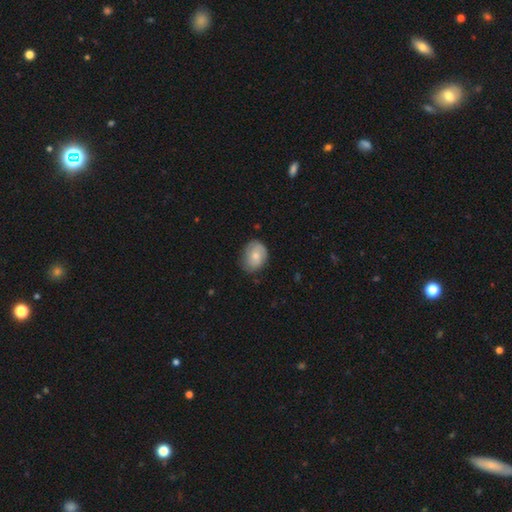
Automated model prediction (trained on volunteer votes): Smooth or featured? Predicted: smooth (p=0.66). How rounded? Predicted: in between (p=0.63). Merging? Predicted: none (p=0.69).